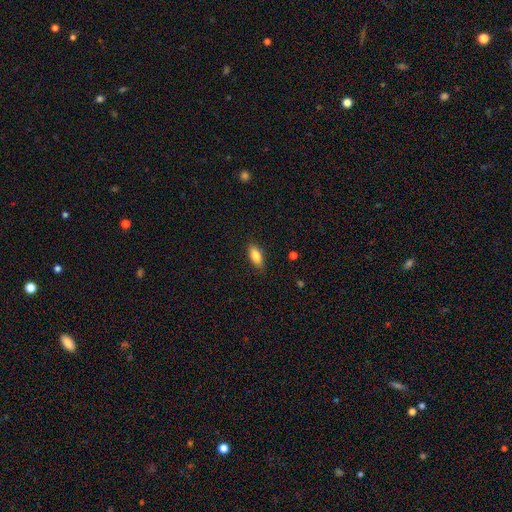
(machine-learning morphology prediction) smooth-or-featured: smooth: 83% | featured or disk: 9% | star or artifact: 7%
  how-rounded: in between: 83% | cigar-shaped: 15% | round: 3%
  merging: none: 86% | minor disturbance: 11% | major disturbance: 2% | merger: 1%